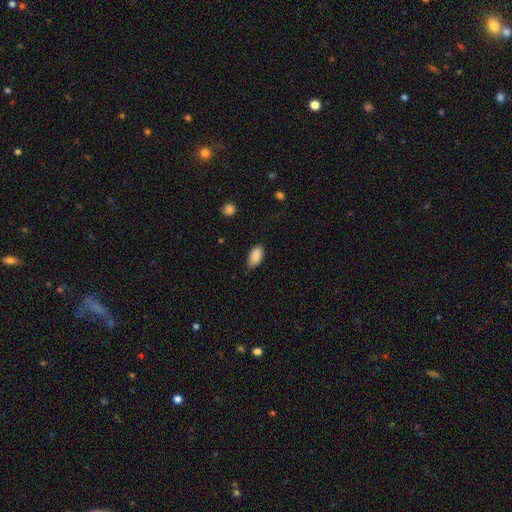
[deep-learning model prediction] smooth_or_featured: smooth (p=0.89) [alt: star or artifact p=0.07]
how_rounded: in between (p=0.93) [alt: round p=0.04]
merging: none (p=0.73) [alt: minor disturbance p=0.22]